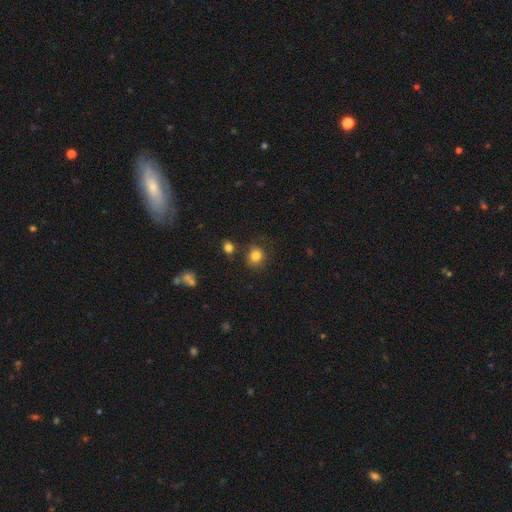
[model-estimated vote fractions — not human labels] Morphology: type=smooth (82%); roundness=round (76%); merging=none (76%).